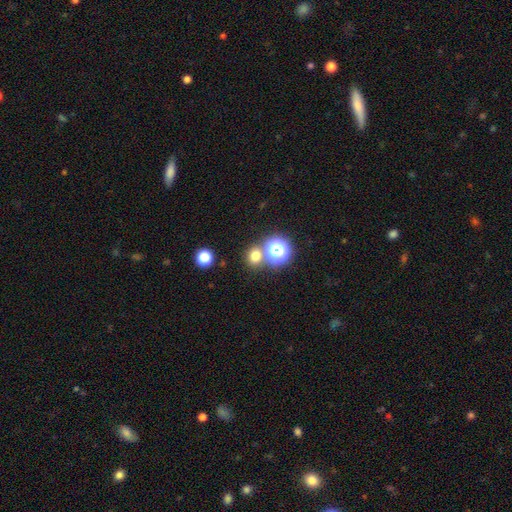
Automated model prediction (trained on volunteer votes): smooth 70%, star or artifact 23%, featured or disk 7%. Down the decision tree: how rounded — round (80%); merging — none (71%).